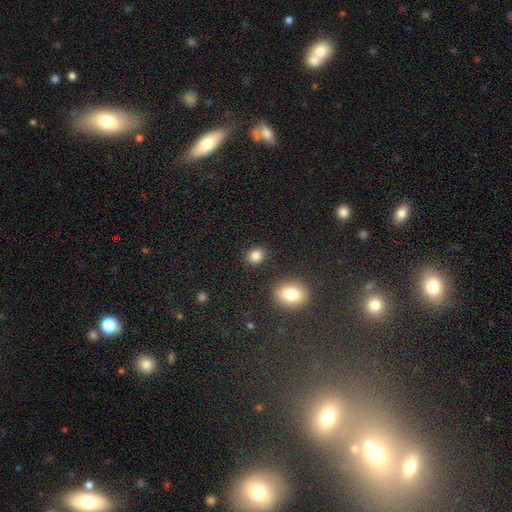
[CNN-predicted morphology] Smooth or featured?
  - smooth: 84% *
  - star or artifact: 11%
  - featured or disk: 5%
How rounded?
  - round: 56% *
  - in between: 43%
  - cigar-shaped: 1%
Merging?
  - none: 86% *
  - minor disturbance: 8%
  - merger: 3%
  - major disturbance: 3%